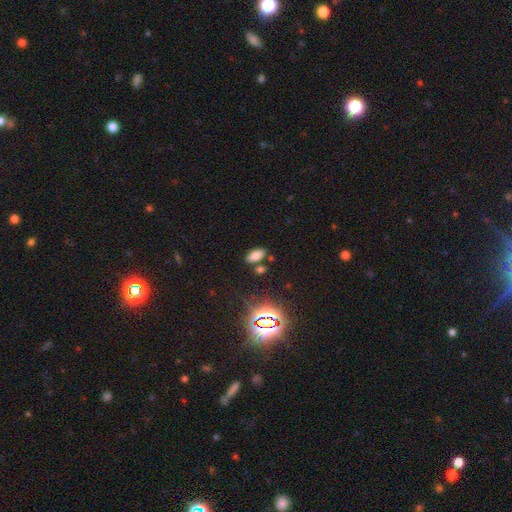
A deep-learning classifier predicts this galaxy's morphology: Smooth or featured? smooth (71%)
How rounded? in between (90%)
Merging? none (80%)